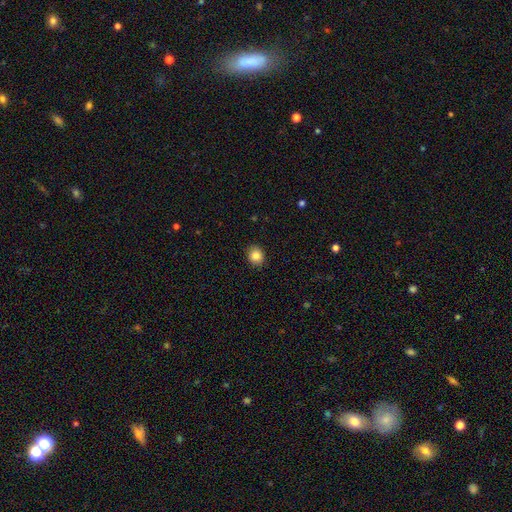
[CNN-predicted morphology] Smooth or featured? Predicted: smooth (p=0.86). How rounded? Predicted: round (p=0.68). Merging? Predicted: none (p=0.89).